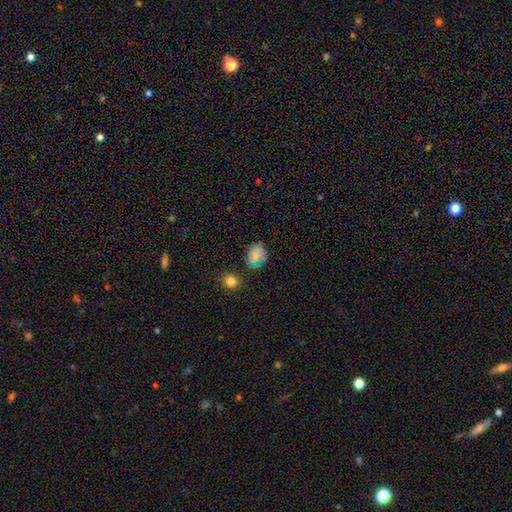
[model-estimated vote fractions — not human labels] A smooth galaxy with no disk features (72%) that is round (53%). Merging: none (76%).